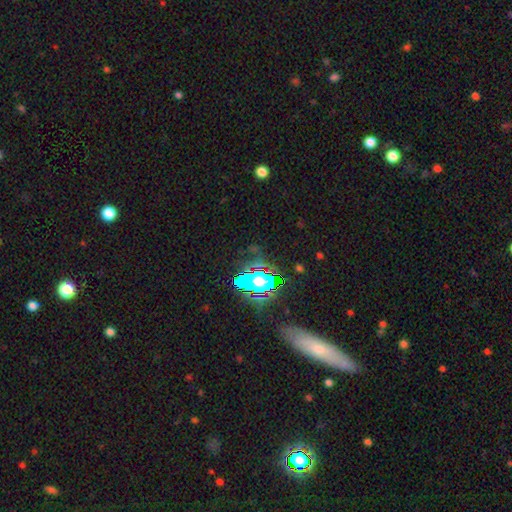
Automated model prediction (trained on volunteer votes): Smooth or featured: star or artifact — 70% (smooth — 18%)